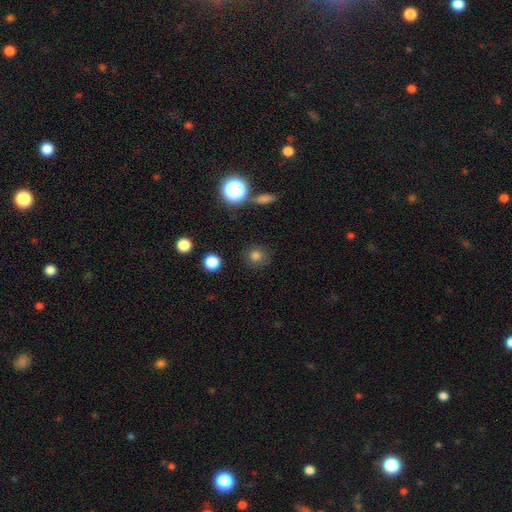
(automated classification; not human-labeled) This is likely a smooth galaxy (78%). How rounded: clearly round (90%). Merging: clearly none (86%).